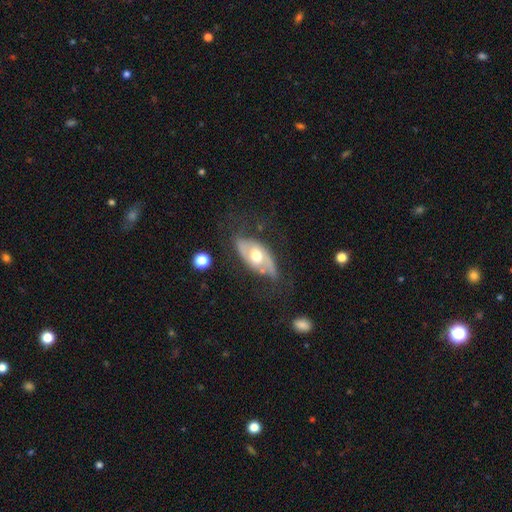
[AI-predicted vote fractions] featured or disk 62%, smooth 32%, star or artifact 6%. Down the decision tree: edge-on disk — no (85%); bar — no (69%); spiral arms — yes (58%); bulge size — moderate (71%); merging — none (58%).